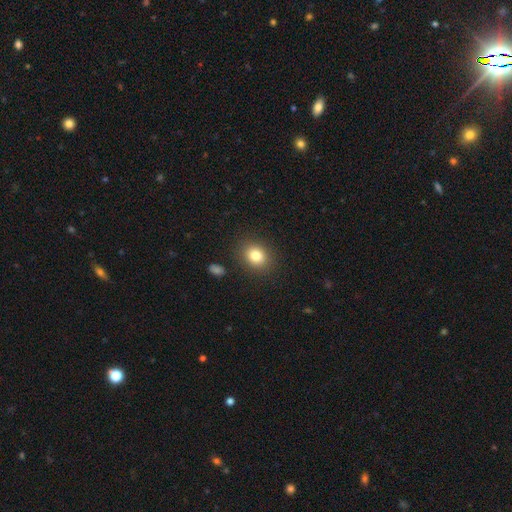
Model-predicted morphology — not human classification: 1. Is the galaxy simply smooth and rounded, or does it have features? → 82% smooth, 10% star or artifact, 8% featured or disk.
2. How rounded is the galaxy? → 57% round, 42% in between, 1% cigar-shaped.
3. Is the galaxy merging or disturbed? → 87% none, 8% minor disturbance, 3% major disturbance, 2% merger.